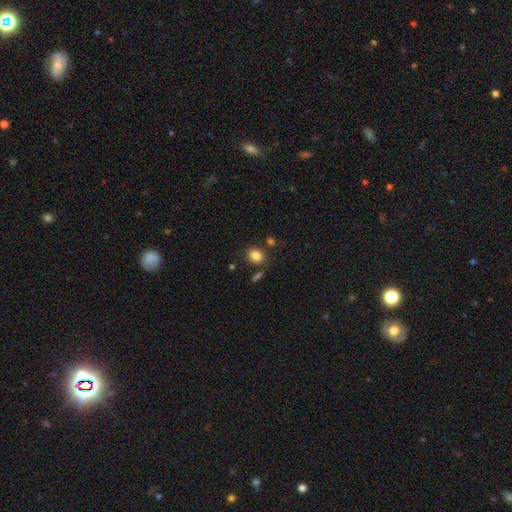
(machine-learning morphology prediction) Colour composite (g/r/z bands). It shows a smooth galaxy with no disk features (85%) that is round (51%). Merging: none (80%).